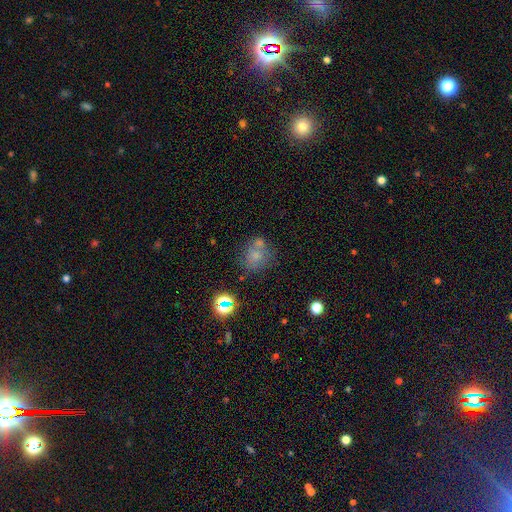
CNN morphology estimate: The model was most divided on "merging": none: 52%, merger: 25%, minor disturbance: 15%, major disturbance: 7%. More confident: how rounded — round (75%); smooth or featured — smooth (64%).